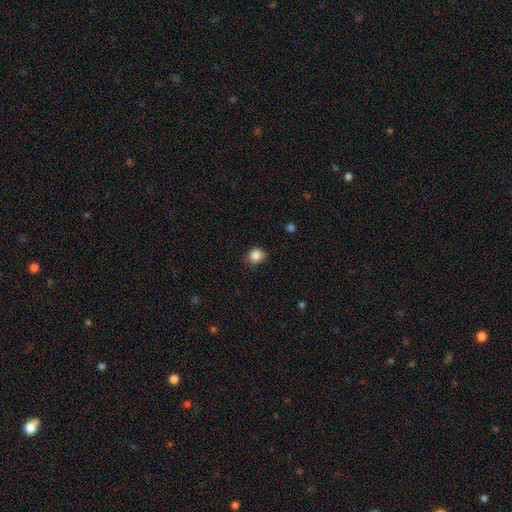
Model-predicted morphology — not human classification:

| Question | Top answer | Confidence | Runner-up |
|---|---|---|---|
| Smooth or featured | smooth | 85% | star or artifact (10%) |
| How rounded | round | 78% | in between (21%) |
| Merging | none | 78% | minor disturbance (18%) |